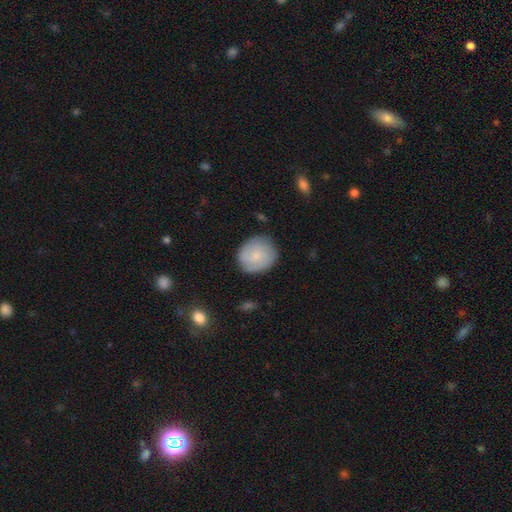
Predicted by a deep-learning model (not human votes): Smooth or featured? smooth (59%)
How rounded? round (74%)
Merging? none (81%)